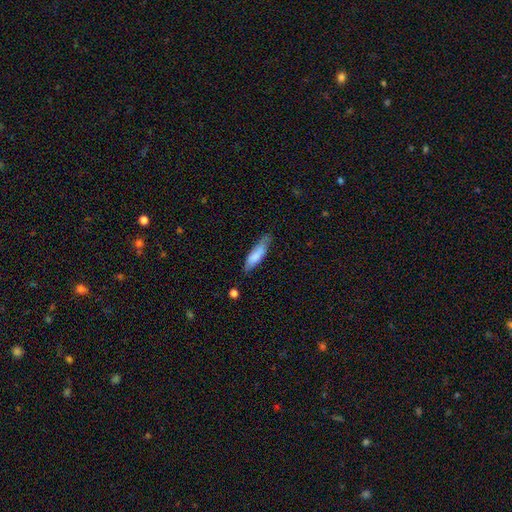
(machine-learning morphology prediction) type=smooth (76%); roundness=cigar-shaped (59%); merging=none (63%).